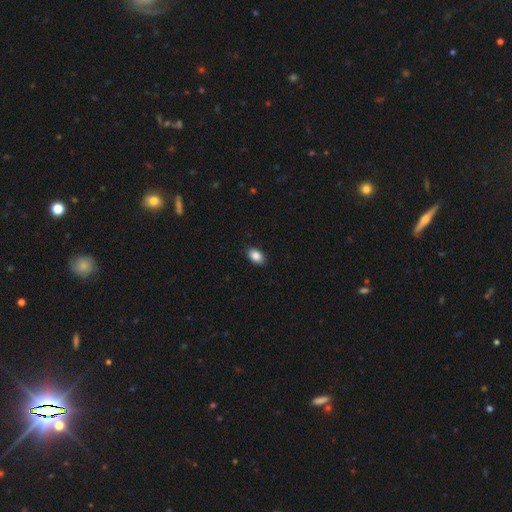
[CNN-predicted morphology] This is clearly a smooth galaxy (87%). How rounded: clearly in between (88%). Merging: clearly none (89%).